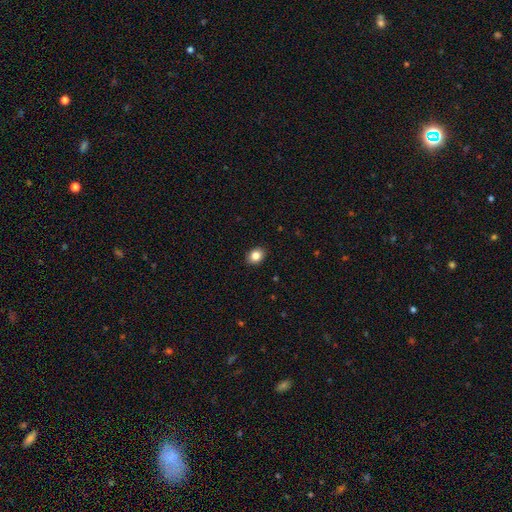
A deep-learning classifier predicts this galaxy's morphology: A smooth galaxy with no disk features (84%) that is in between round and cigar-shaped (52%).

Vote fractions:
- Smooth or featured? smooth: 84% / star or artifact: 9% / featured or disk: 6%
- How rounded? in between: 52% / round: 47% / cigar-shaped: 1%
- Merging? none: 91% / minor disturbance: 7% / major disturbance: 2% / merger: 1%